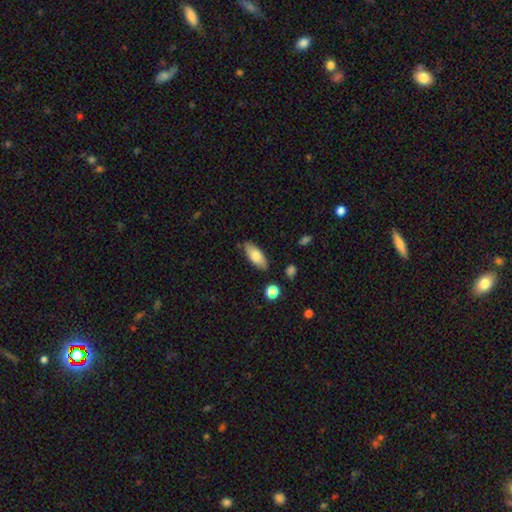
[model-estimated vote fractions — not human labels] smooth_or_featured: smooth (p=0.77) [alt: featured or disk p=0.17]
how_rounded: in between (p=0.81) [alt: cigar-shaped p=0.16]
merging: none (p=0.81) [alt: minor disturbance p=0.13]